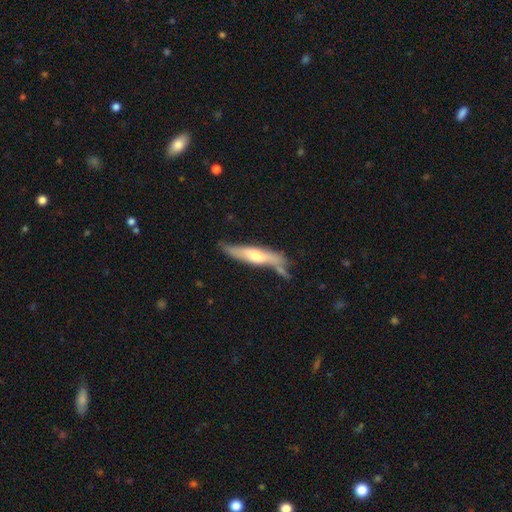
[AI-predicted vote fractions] The model was most divided on "smooth or featured": featured or disk: 50%, smooth: 45%, star or artifact: 6%. More confident: merging — none (57%).